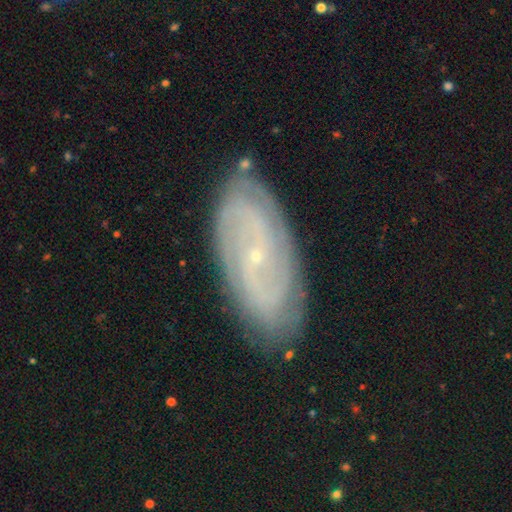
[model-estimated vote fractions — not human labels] A featured or disk galaxy (81%) with no bar (57%), 2 (38%) tight (58%) spiral arms (96%) and a small central bulge (88%). Merging: none (84%).